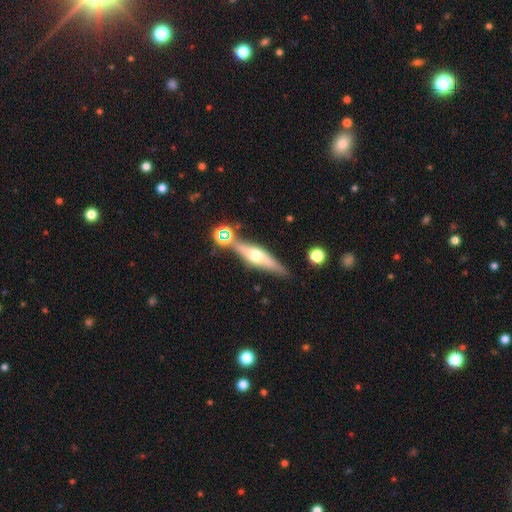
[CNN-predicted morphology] type=featured or disk (61%); edge-on=yes (90%); edge-on bulge=rounded (91%); merging=none (75%).